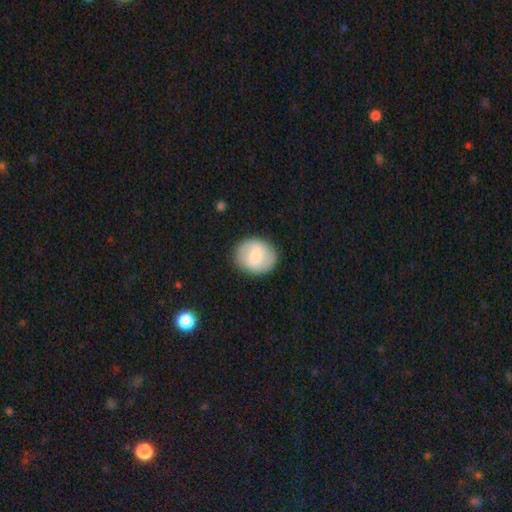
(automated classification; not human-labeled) Morphology: type=smooth (65%); roundness=round (68%); merging=none (86%).